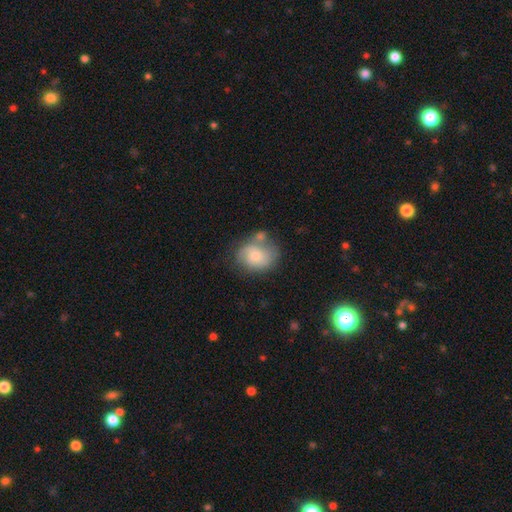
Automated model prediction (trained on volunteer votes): Q: Smooth or featured?
A: smooth (60%); runner-up: featured or disk (33%)
Q: How rounded?
A: round (50%); runner-up: in between (49%)
Q: Merging?
A: none (43%); runner-up: minor disturbance (24%)